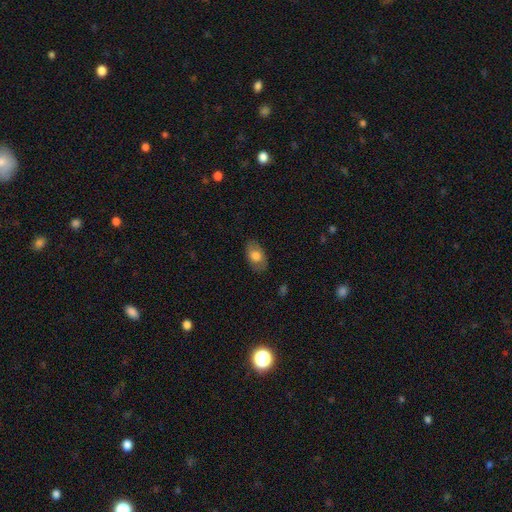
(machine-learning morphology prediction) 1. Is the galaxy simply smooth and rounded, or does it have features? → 74% smooth, 19% featured or disk, 7% star or artifact.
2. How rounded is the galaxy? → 90% in between, 8% round, 2% cigar-shaped.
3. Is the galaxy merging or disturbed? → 82% none, 14% minor disturbance, 3% major disturbance, 1% merger.